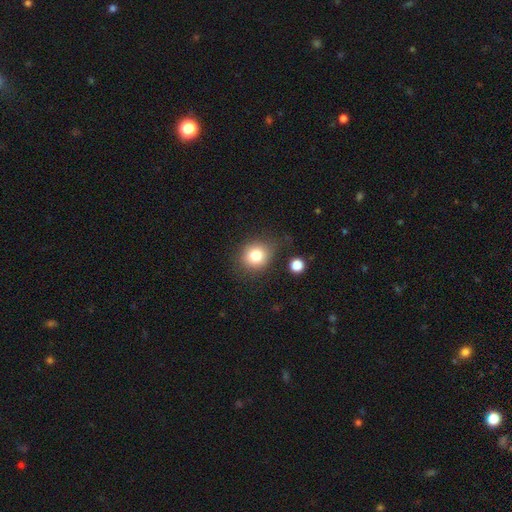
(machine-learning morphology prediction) This is likely a smooth galaxy (80%). How rounded: likely round (78%). Merging: likely none (77%).